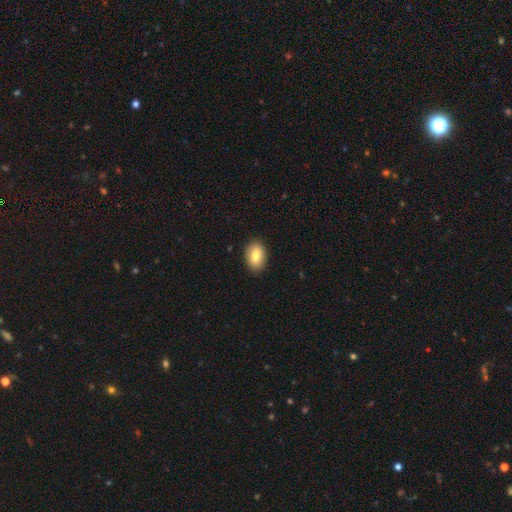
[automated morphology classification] smooth_or_featured: smooth (p=0.82) [alt: featured or disk p=0.11]
how_rounded: in between (p=0.88) [alt: round p=0.11]
merging: none (p=0.88) [alt: minor disturbance p=0.09]